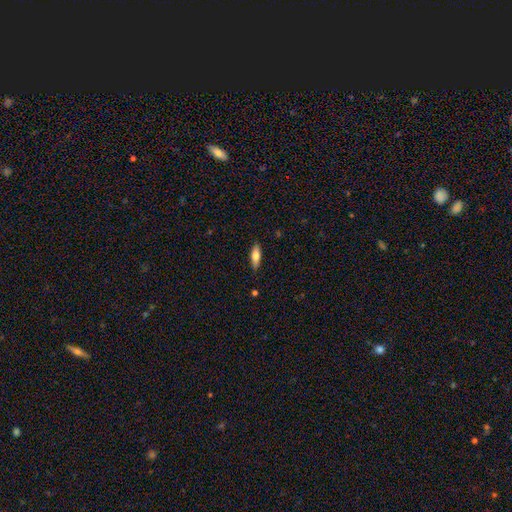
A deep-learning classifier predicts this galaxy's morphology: A smooth galaxy with no disk features (67%) that is in between round and cigar-shaped (54%). Merging: none (87%).